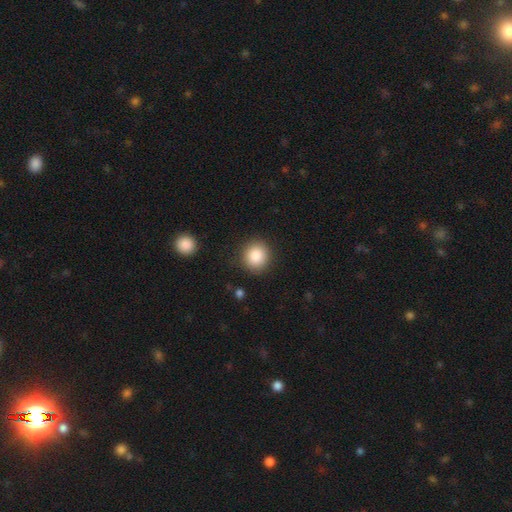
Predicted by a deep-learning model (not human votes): Q: Smooth or featured?
A: smooth (87%); runner-up: star or artifact (8%)
Q: How rounded?
A: round (87%); runner-up: in between (12%)
Q: Merging?
A: none (88%); runner-up: minor disturbance (8%)